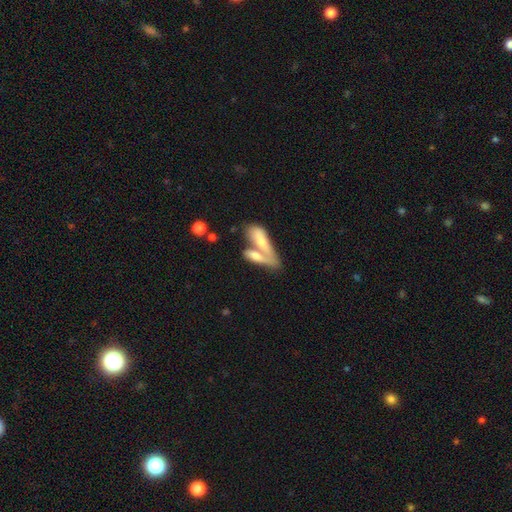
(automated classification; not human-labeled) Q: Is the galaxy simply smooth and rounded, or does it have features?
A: smooth — 67%.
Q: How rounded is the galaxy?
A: in between — 52%.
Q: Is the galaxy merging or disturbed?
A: merger — 66%.